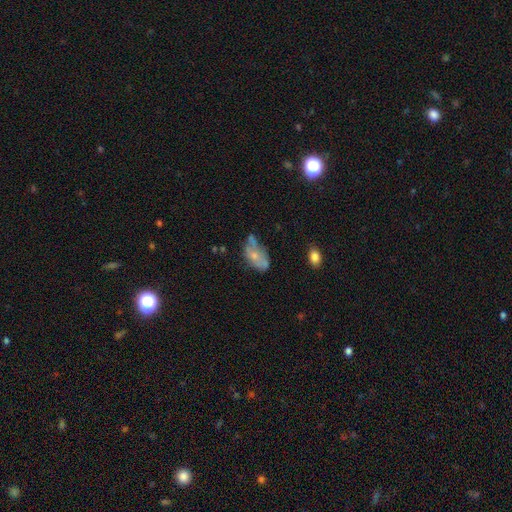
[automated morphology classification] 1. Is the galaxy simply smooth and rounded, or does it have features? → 45% smooth, 44% featured or disk, 10% star or artifact.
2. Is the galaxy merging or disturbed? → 35% none, 33% minor disturbance, 22% major disturbance, 9% merger.